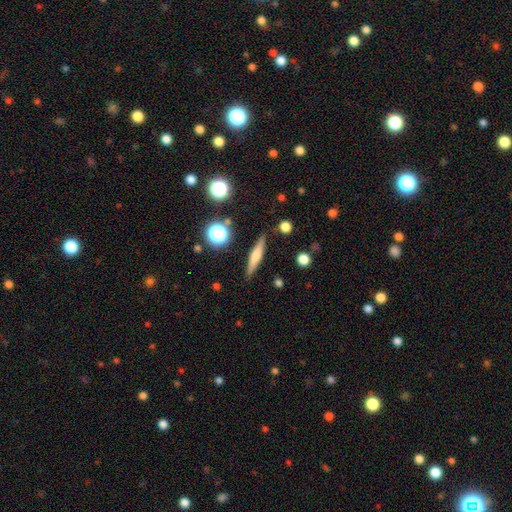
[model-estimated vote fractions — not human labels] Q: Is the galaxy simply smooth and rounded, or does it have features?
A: smooth — 49%.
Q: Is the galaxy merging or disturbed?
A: none — 87%.